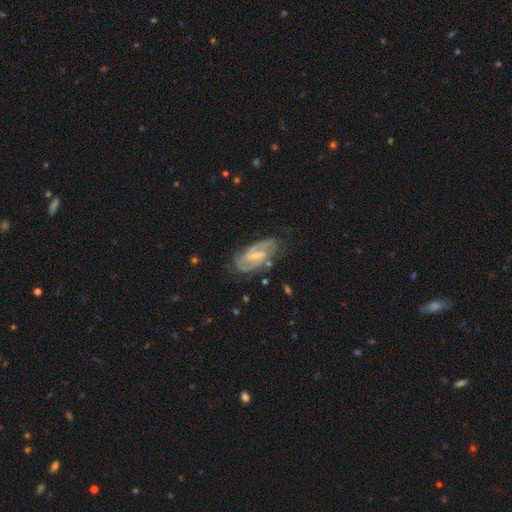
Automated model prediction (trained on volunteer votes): Smooth or featured: featured or disk — 86% (smooth — 8%)
Edge-on disk: no — 96% (yes — 4%)
Bar: weak — 52% (strong — 27%)
Spiral arms: yes — 96% (no — 4%)
Spiral winding: medium — 49% (tight — 38%)
Spiral arm count: 2 — 78% (can't tell — 9%)
Bulge size: small — 63% (moderate — 24%)
Merging: none — 71% (minor disturbance — 20%)